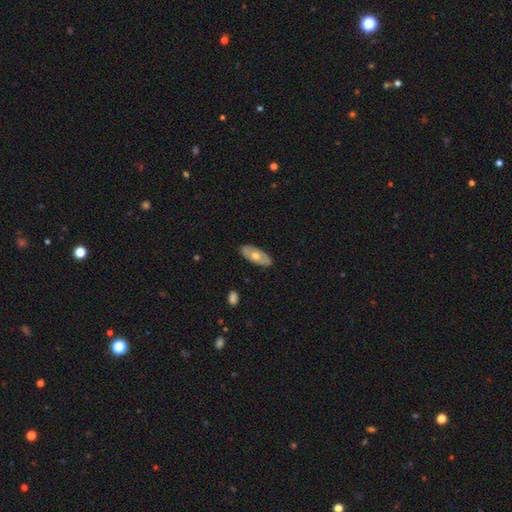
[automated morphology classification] A smooth galaxy with no disk features (54%) that is in between round and cigar-shaped (85%). Merging: none (87%).